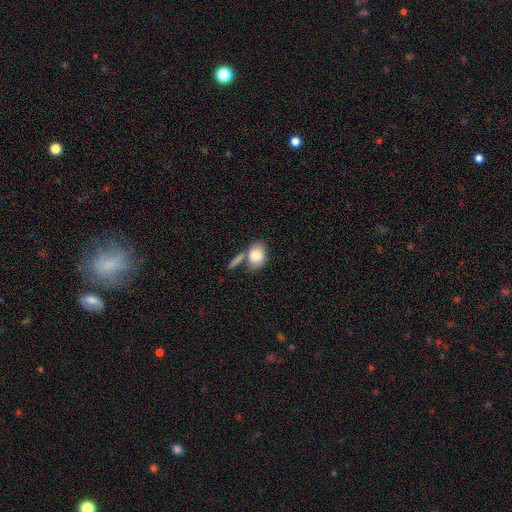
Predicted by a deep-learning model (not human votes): smooth 83%, featured or disk 10%, star or artifact 7%. Down the decision tree: how rounded — in between (74%); merging — none (47%).